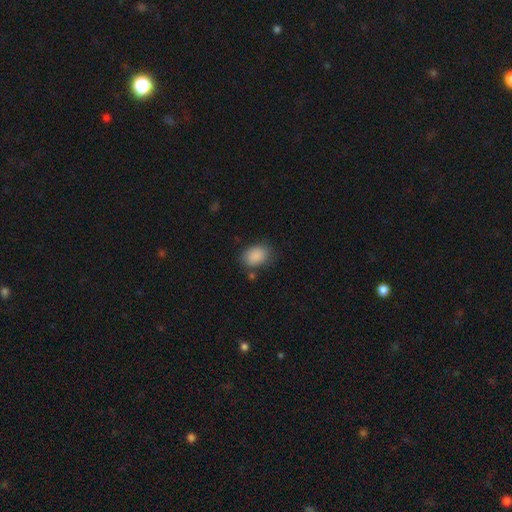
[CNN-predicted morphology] Q: Smooth or featured?
A: smooth (88%); runner-up: star or artifact (8%)
Q: How rounded?
A: in between (75%); runner-up: round (24%)
Q: Merging?
A: none (76%); runner-up: minor disturbance (15%)